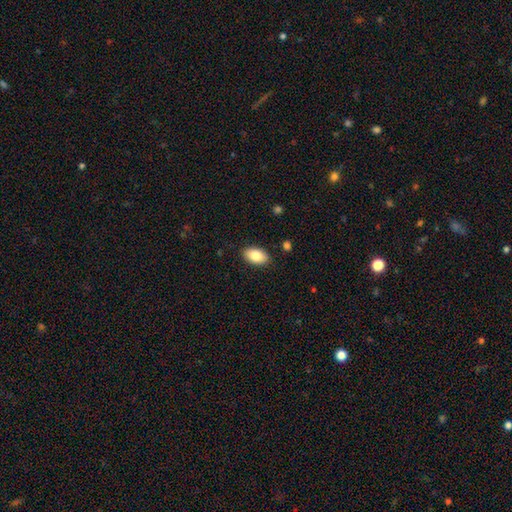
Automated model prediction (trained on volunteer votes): Smooth or featured? Predicted: smooth (p=0.85). How rounded? Predicted: in between (p=0.94). Merging? Predicted: none (p=0.88).